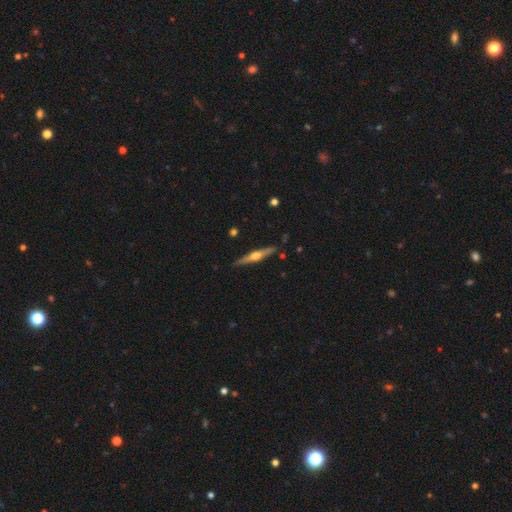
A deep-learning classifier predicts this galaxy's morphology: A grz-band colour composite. It shows a featured or disk galaxy (70%) viewed edge-on (97%) with a rounded central bulge (92%). Merging: none (89%).